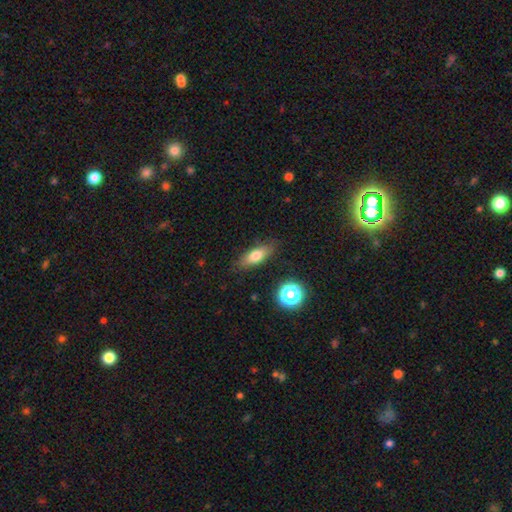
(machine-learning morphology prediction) Smooth or featured? Predicted: smooth (p=0.72). How rounded? Predicted: in between (p=0.64). Merging? Predicted: none (p=0.82).